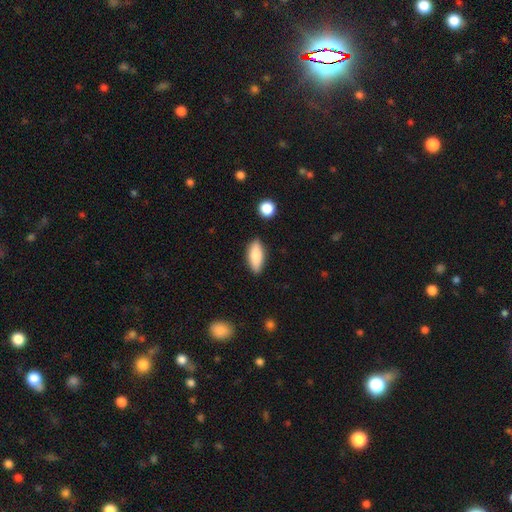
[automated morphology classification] Q: Smooth or featured?
A: smooth (81%); runner-up: featured or disk (13%)
Q: How rounded?
A: in between (75%); runner-up: cigar-shaped (22%)
Q: Merging?
A: none (85%); runner-up: minor disturbance (11%)